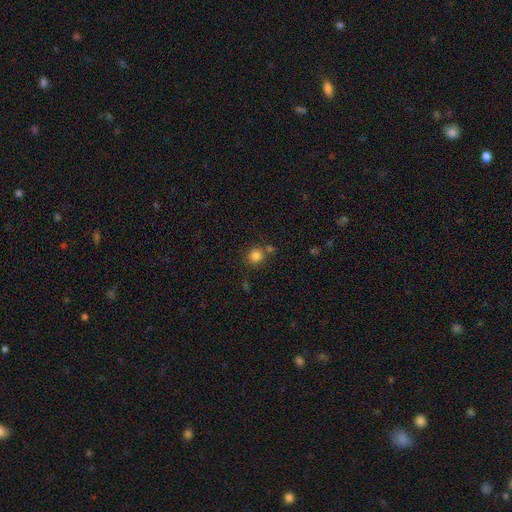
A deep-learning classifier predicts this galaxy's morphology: Smooth or featured?
  - smooth: 83% *
  - star or artifact: 12%
  - featured or disk: 5%
How rounded?
  - round: 89% *
  - in between: 10%
  - cigar-shaped: 1%
Merging?
  - none: 73% *
  - merger: 13%
  - minor disturbance: 11%
  - major disturbance: 4%